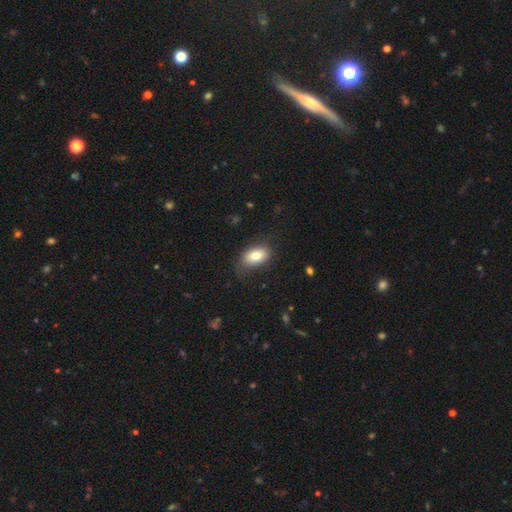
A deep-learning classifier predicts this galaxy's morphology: type=smooth (78%); roundness=in between (90%); merging=none (69%).